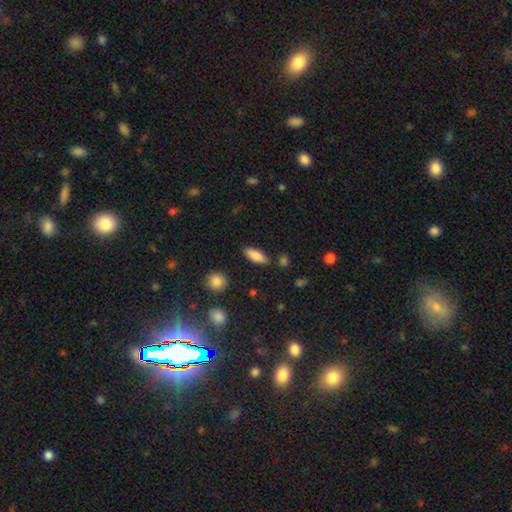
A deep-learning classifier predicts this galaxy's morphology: The model was most divided on "how rounded": in between: 70%, cigar-shaped: 27%, round: 2%. More confident: smooth or featured — smooth (84%); merging — none (83%).